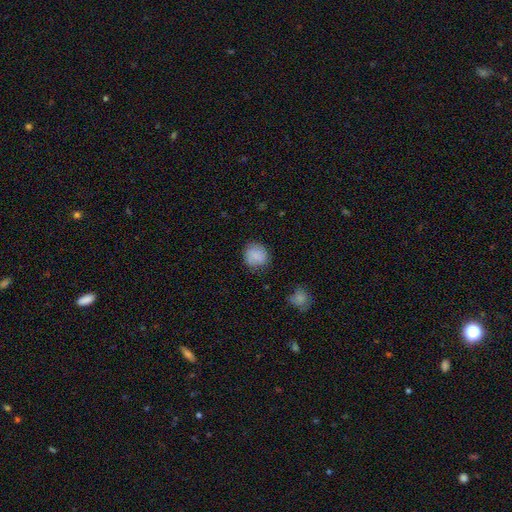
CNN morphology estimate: This is clearly a smooth galaxy (82%). How rounded: clearly round (84%). Merging: likely none (79%).